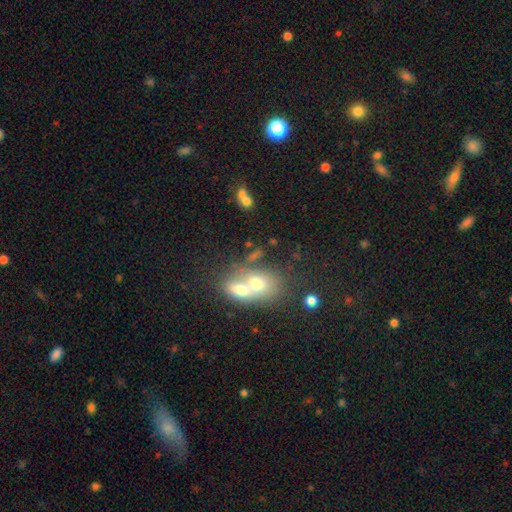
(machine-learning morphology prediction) smooth_or_featured: smooth (p=0.60) [alt: featured or disk p=0.27]
how_rounded: in between (p=0.60) [alt: round p=0.37]
merging: merger (p=0.70) [alt: none p=0.20]